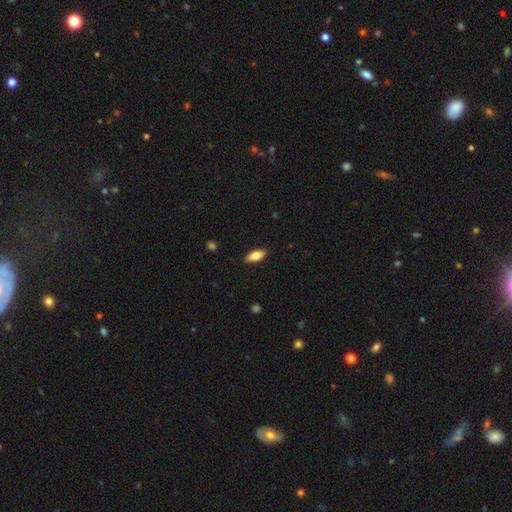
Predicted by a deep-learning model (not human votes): smooth 69%, featured or disk 24%, star or artifact 7%. Down the decision tree: how rounded — in between (83%); merging — none (88%).